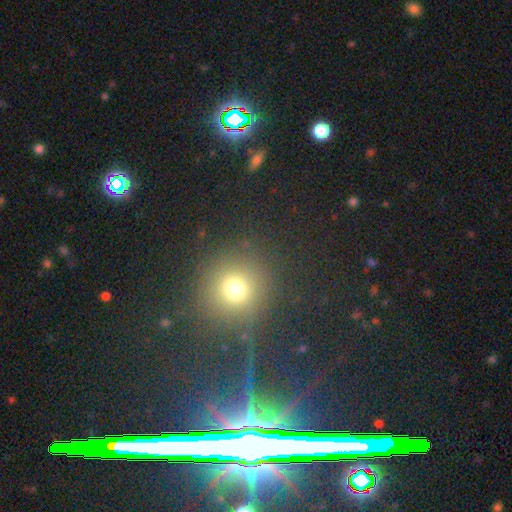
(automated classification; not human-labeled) smooth 50%, star or artifact 39%, featured or disk 11%. Down the decision tree: merging — none (87%).